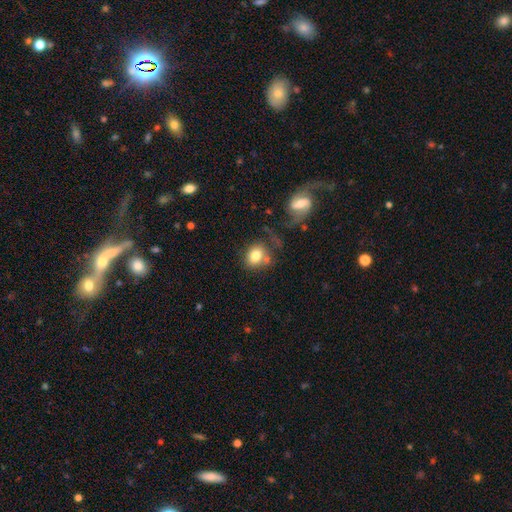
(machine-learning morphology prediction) A smooth galaxy with no disk features (78%) that is round (54%). Merging: none (56%).